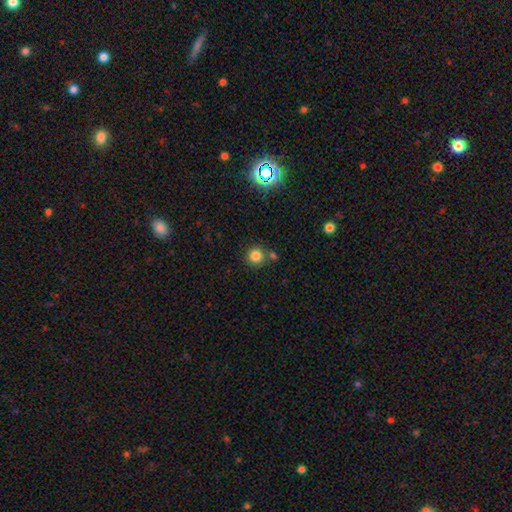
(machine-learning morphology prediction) This is clearly a smooth galaxy (82%). How rounded: clearly round (93%). Merging: likely none (73%).